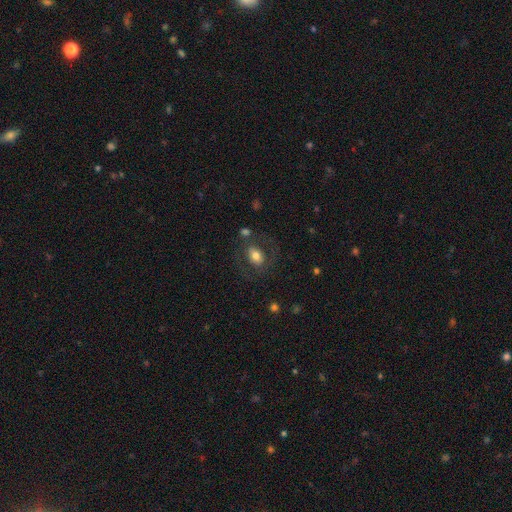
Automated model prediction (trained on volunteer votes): smooth 63%, featured or disk 29%, star or artifact 8%. Down the decision tree: how rounded — in between (67%); merging — none (68%).